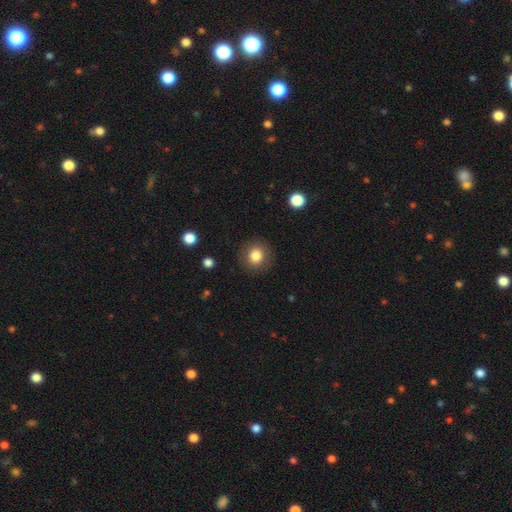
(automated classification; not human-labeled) Morphology: type=smooth (82%); roundness=round (90%); merging=none (88%).